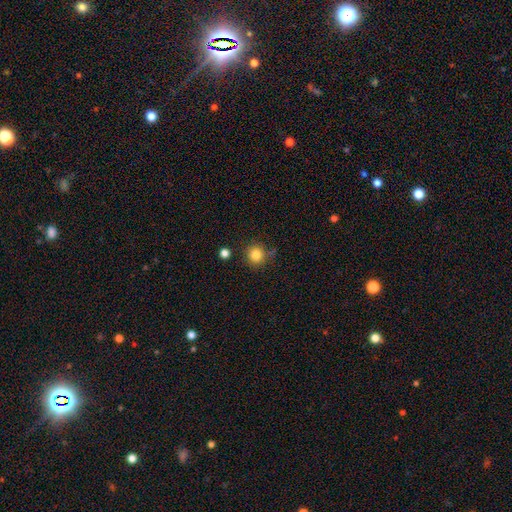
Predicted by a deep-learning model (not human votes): Q: Smooth or featured?
A: smooth (84%); runner-up: star or artifact (11%)
Q: How rounded?
A: round (93%); runner-up: in between (6%)
Q: Merging?
A: none (80%); runner-up: minor disturbance (11%)